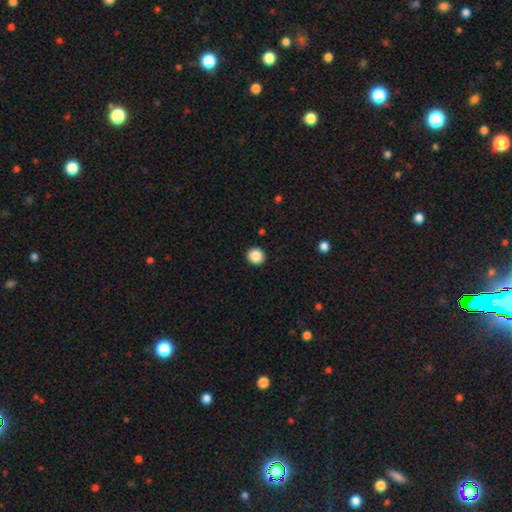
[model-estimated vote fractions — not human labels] Smooth or featured: smooth — 88% (star or artifact — 9%)
How rounded: round — 92% (in between — 7%)
Merging: none — 93% (minor disturbance — 5%)